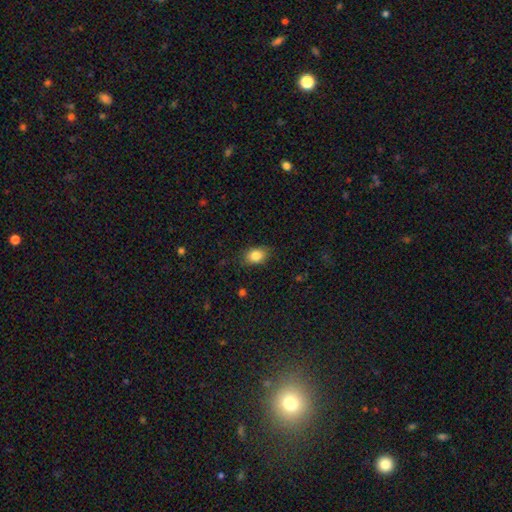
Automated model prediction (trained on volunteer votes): This is clearly a smooth galaxy (84%). How rounded: likely in between (73%). Merging: clearly none (83%).